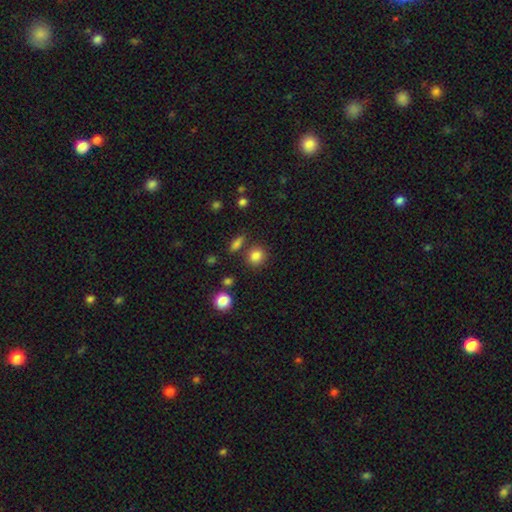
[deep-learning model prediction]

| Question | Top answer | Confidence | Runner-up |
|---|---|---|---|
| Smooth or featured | smooth | 83% | star or artifact (11%) |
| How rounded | round | 81% | in between (18%) |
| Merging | none | 79% | minor disturbance (10%) |